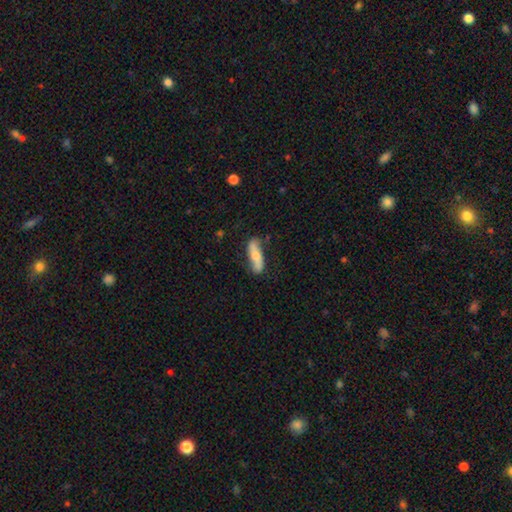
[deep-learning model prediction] This is possibly a smooth galaxy (54%). How rounded: possibly cigar-shaped (51%). Merging: likely none (75%).